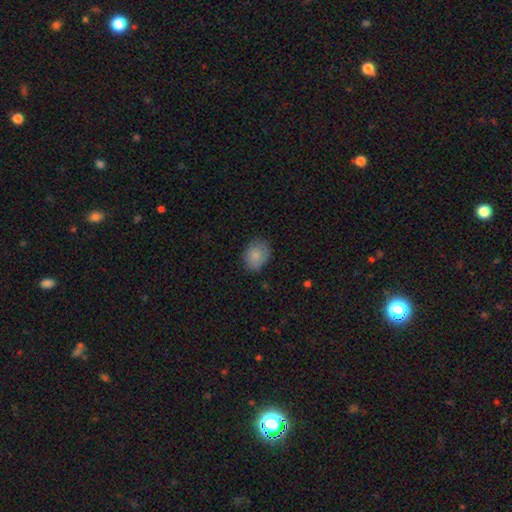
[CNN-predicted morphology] smooth 84%, featured or disk 8%, star or artifact 8%. Down the decision tree: how rounded — in between (56%); merging — none (72%).